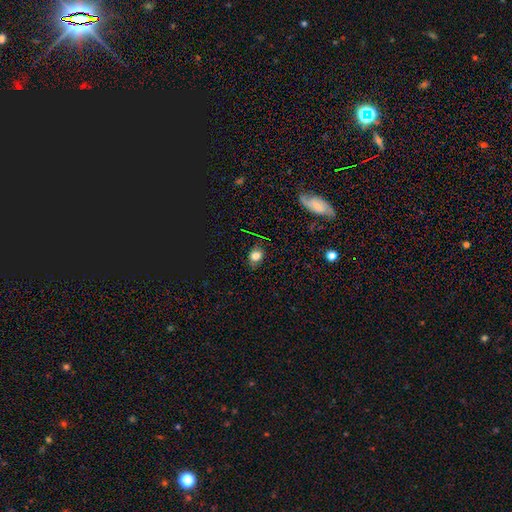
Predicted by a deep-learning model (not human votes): Smooth or featured? Predicted: smooth (p=0.77). How rounded? Predicted: in between (p=0.52). Merging? Predicted: none (p=0.79).